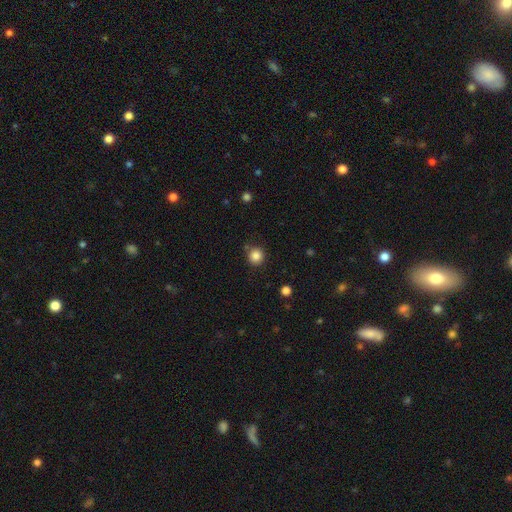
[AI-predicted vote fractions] smooth_or_featured: smooth (p=0.84) [alt: star or artifact p=0.11]
how_rounded: round (p=0.92) [alt: in between p=0.07]
merging: none (p=0.81) [alt: minor disturbance p=0.12]